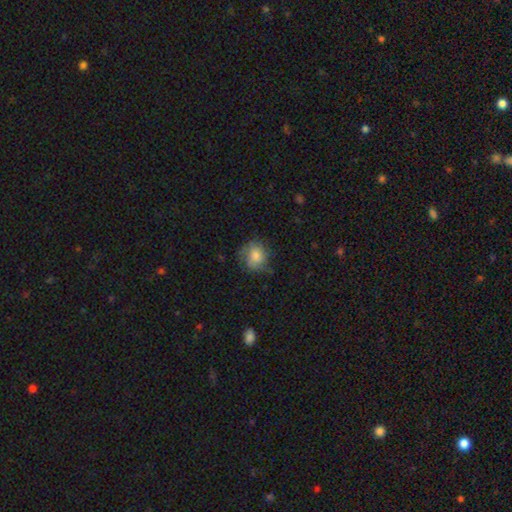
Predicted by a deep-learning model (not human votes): Smooth or featured: smooth — 65% (featured or disk — 27%)
How rounded: round — 74% (in between — 25%)
Merging: none — 59% (minor disturbance — 27%)